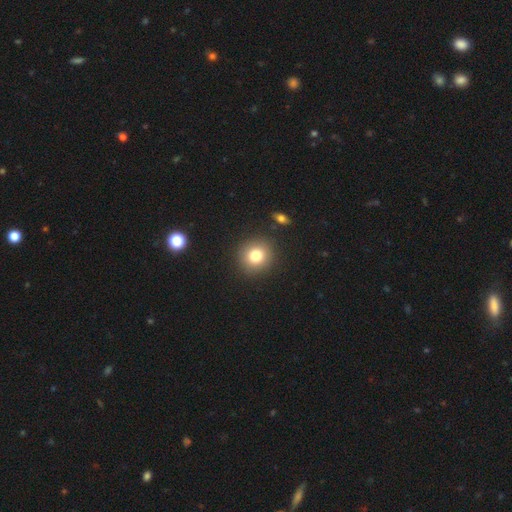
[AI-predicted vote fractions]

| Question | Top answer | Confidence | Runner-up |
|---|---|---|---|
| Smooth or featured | smooth | 79% | star or artifact (12%) |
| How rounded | round | 90% | in between (9%) |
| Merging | none | 89% | minor disturbance (6%) |